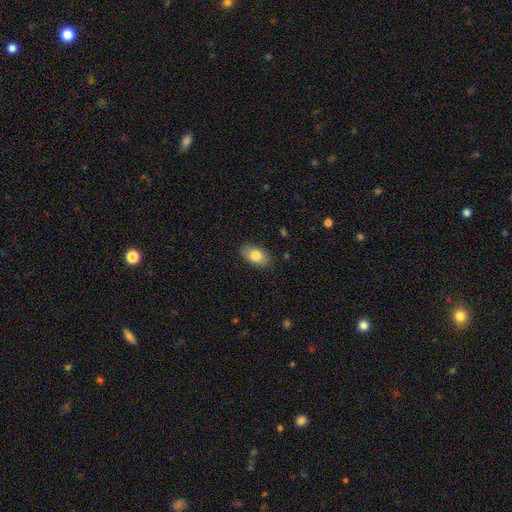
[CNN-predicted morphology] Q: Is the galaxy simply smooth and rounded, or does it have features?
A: smooth — 80%.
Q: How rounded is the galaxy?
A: in between — 92%.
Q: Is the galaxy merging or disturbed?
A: none — 83%.